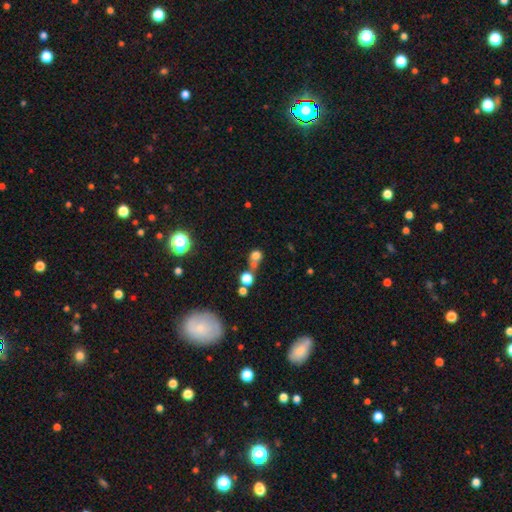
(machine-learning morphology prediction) Smooth or featured? smooth (70%)
How rounded? round (80%)
Merging? merger (45%)